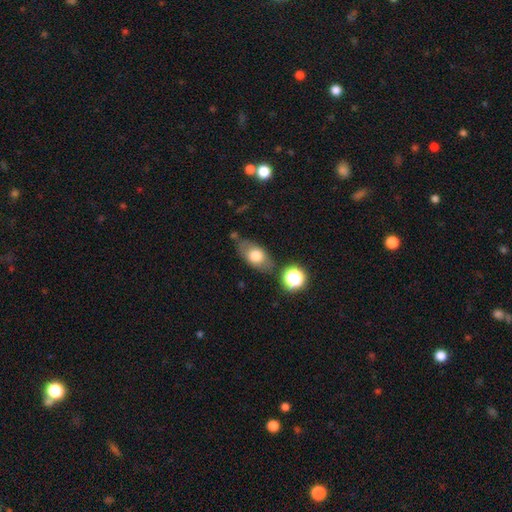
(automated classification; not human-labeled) Q: Smooth or featured?
A: smooth (70%); runner-up: featured or disk (21%)
Q: How rounded?
A: in between (82%); runner-up: round (13%)
Q: Merging?
A: none (68%); runner-up: minor disturbance (18%)